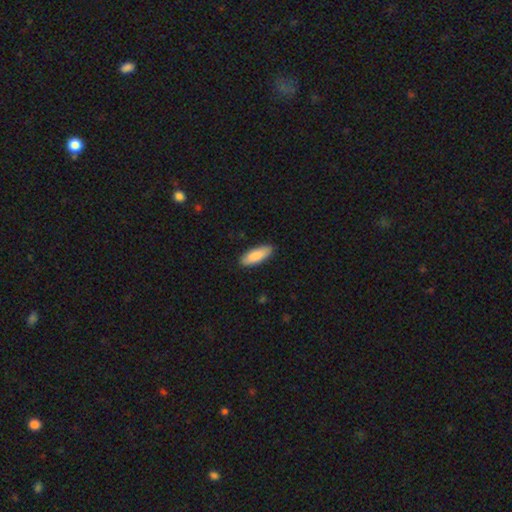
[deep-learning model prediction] A smooth galaxy with no disk features (87%) that is in between round and cigar-shaped (69%). Merging: none (87%).